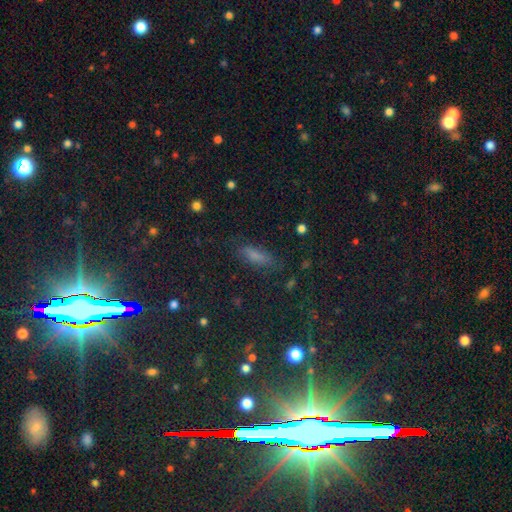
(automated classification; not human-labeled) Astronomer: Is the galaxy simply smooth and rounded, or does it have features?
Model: smooth — 63%.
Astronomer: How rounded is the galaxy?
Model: in between — 57% (runner-up: cigar-shaped, 39%).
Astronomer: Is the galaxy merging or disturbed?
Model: none — 74%.